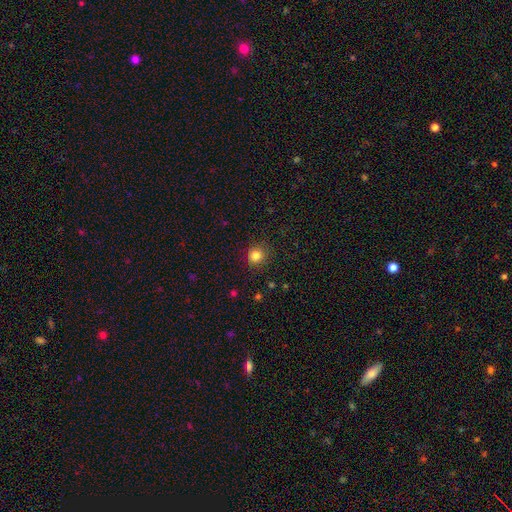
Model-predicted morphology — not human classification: smooth 83%, star or artifact 12%, featured or disk 5%. Down the decision tree: how rounded — round (90%); merging — none (87%).